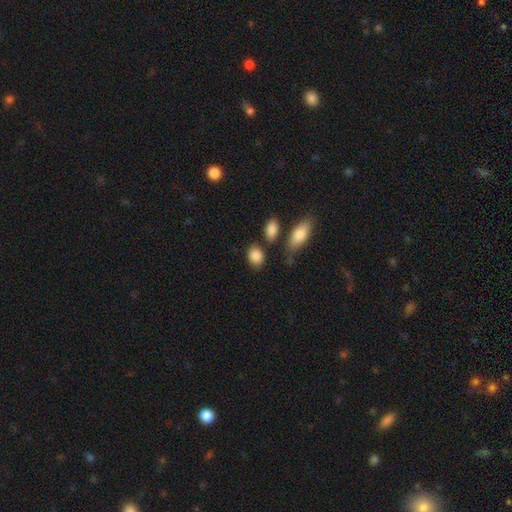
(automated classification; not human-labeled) Smooth or featured: smooth — 88% (star or artifact — 7%)
How rounded: in between — 67% (round — 31%)
Merging: none — 73% (minor disturbance — 14%)